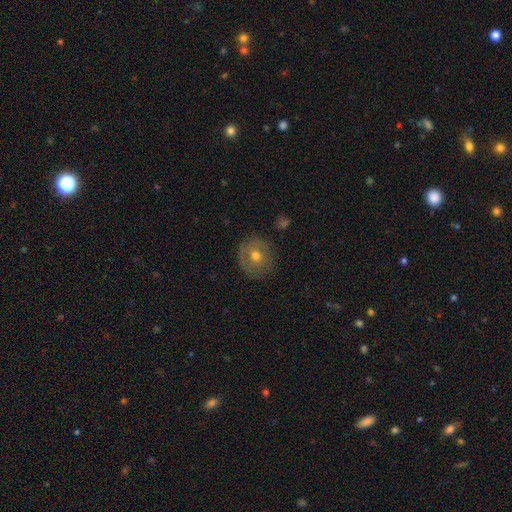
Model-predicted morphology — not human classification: Q: Smooth or featured?
A: smooth (49%); runner-up: featured or disk (41%)
Q: Merging?
A: none (80%); runner-up: minor disturbance (14%)